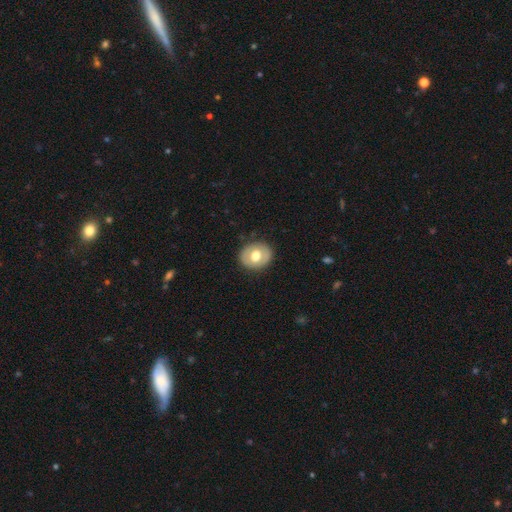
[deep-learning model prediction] Morphology: type=smooth (58%); roundness=round (64%); merging=none (85%).